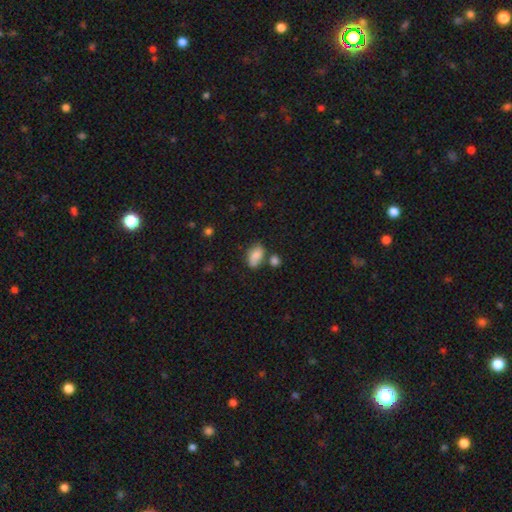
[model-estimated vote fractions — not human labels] Overall: smooth (82%). How rounded: in between (89%). Merging: none (56%; minor disturbance 22%).